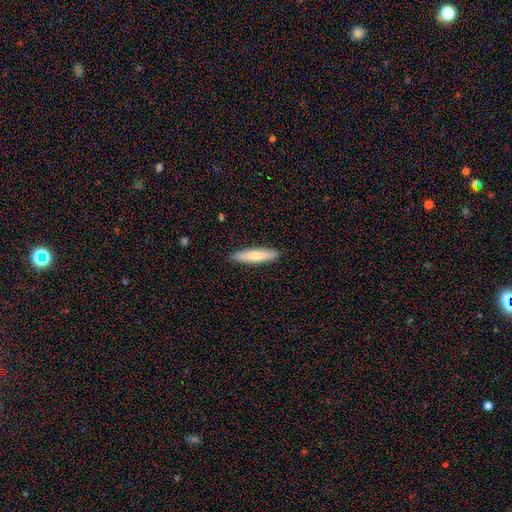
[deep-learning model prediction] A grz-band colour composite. It shows a smooth galaxy with no disk features (72%) that is cigar-shaped (83%). Merging: none (90%).